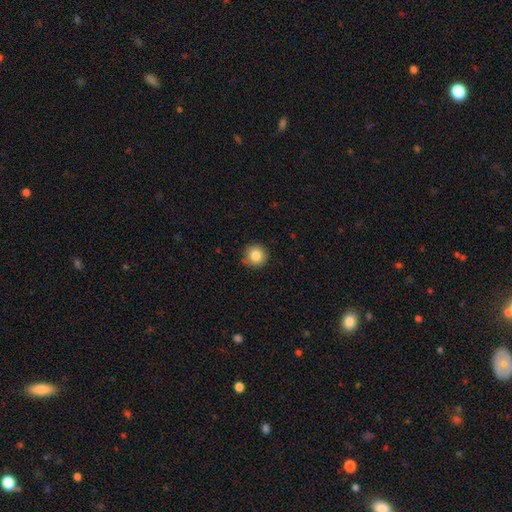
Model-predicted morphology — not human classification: Smooth or featured? smooth (84%)
How rounded? round (94%)
Merging? none (86%)